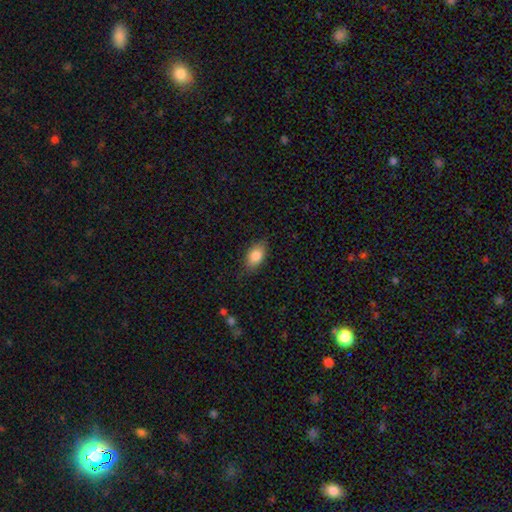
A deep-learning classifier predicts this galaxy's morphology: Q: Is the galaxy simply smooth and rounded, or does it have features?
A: smooth — 85%.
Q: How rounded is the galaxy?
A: in between — 89%.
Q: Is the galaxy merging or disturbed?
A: none — 81%.